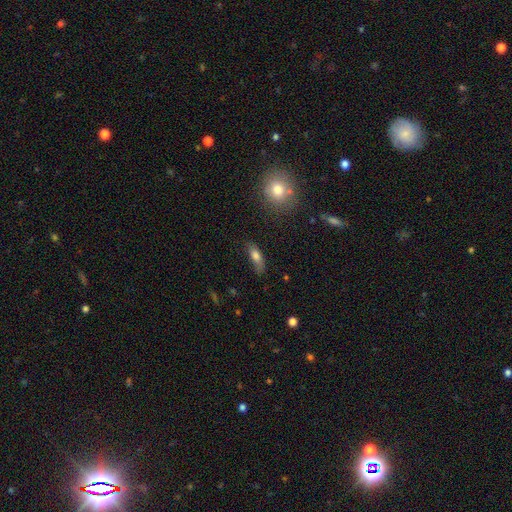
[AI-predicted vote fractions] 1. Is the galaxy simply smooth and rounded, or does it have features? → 74% smooth, 17% featured or disk, 10% star or artifact.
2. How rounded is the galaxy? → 67% in between, 28% cigar-shaped, 5% round.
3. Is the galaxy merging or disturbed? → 55% none, 29% minor disturbance, 12% major disturbance, 3% merger.